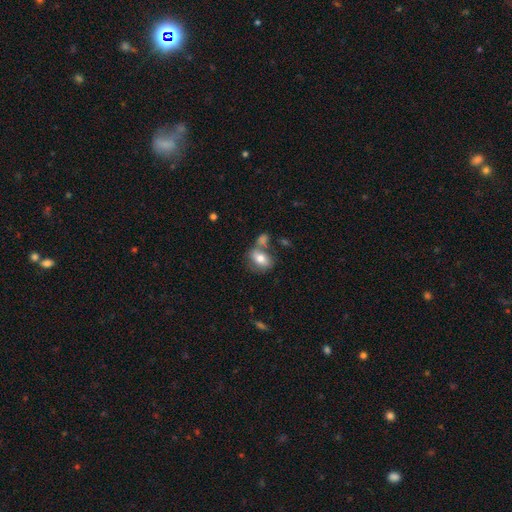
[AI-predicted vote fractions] Q: Smooth or featured?
A: smooth (58%); runner-up: featured or disk (25%)
Q: How rounded?
A: in between (62%); runner-up: round (35%)
Q: Merging?
A: none (54%); runner-up: merger (29%)